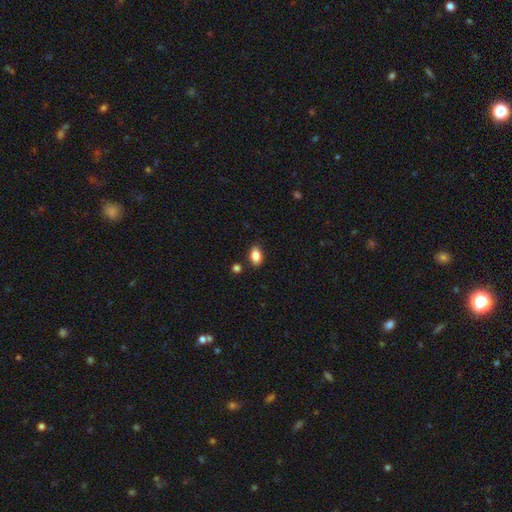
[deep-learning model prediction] Morphology: type=smooth (84%); roundness=in between (88%); merging=none (85%).